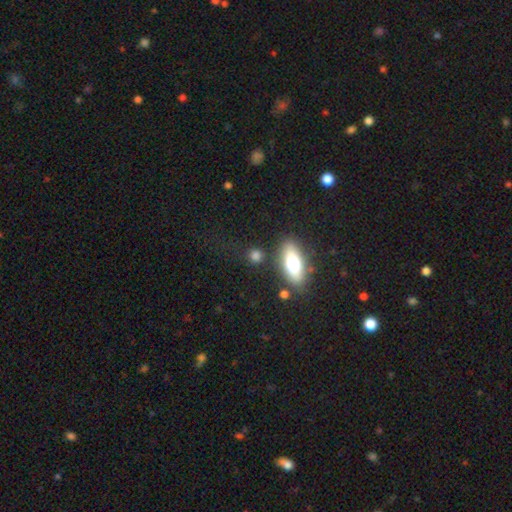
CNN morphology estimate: Smooth or featured? smooth (78%)
How rounded? round (58%)
Merging? none (77%)